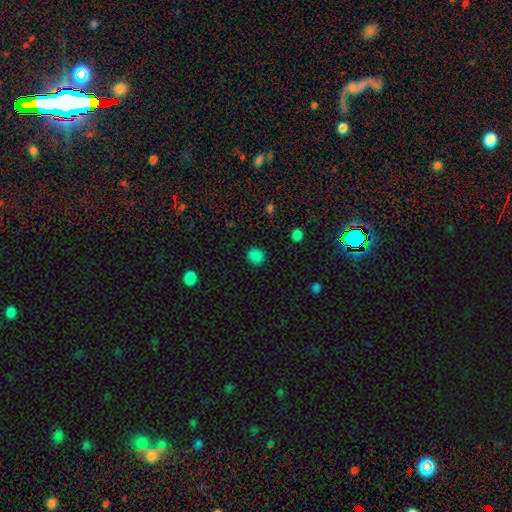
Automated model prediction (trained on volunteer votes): smooth-or-featured: smooth: 83% | star or artifact: 14% | featured or disk: 3%
  how-rounded: round: 85% | in between: 14% | cigar-shaped: 1%
  merging: none: 89% | minor disturbance: 7% | major disturbance: 3% | merger: 1%